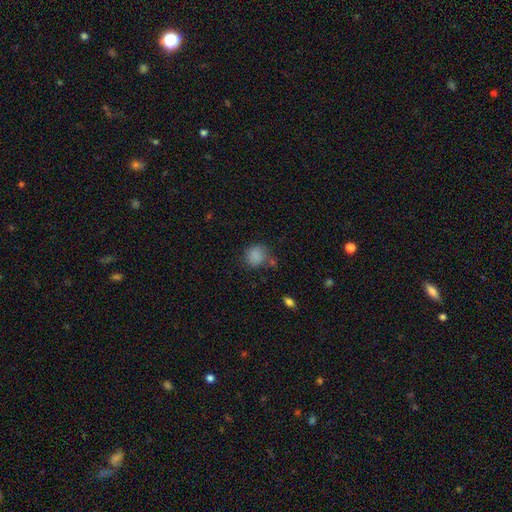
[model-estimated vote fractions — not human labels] Smooth or featured: smooth — 85% (star or artifact — 10%)
How rounded: round — 79% (in between — 20%)
Merging: none — 66% (minor disturbance — 18%)